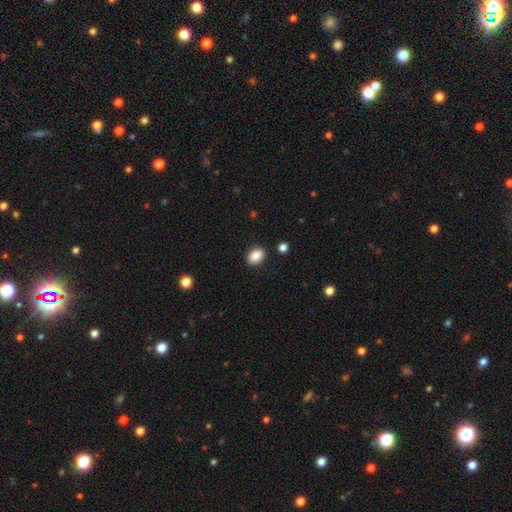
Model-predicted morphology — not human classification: A smooth galaxy with no disk features (87%) that is in between round and cigar-shaped (73%).

Vote fractions:
- Smooth or featured? smooth: 87% / star or artifact: 9% / featured or disk: 5%
- How rounded? in between: 73% / round: 26% / cigar-shaped: 1%
- Merging? none: 89% / minor disturbance: 7% / major disturbance: 2% / merger: 2%